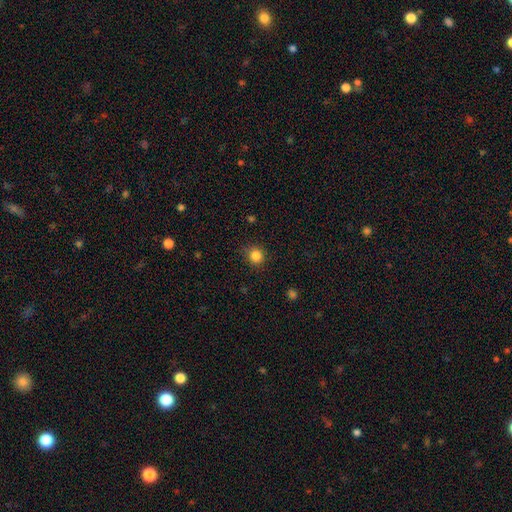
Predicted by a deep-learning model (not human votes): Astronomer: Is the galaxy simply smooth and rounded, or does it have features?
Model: smooth — 84%.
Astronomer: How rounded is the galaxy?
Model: round — 89%.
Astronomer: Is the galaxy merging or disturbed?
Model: none — 85%.